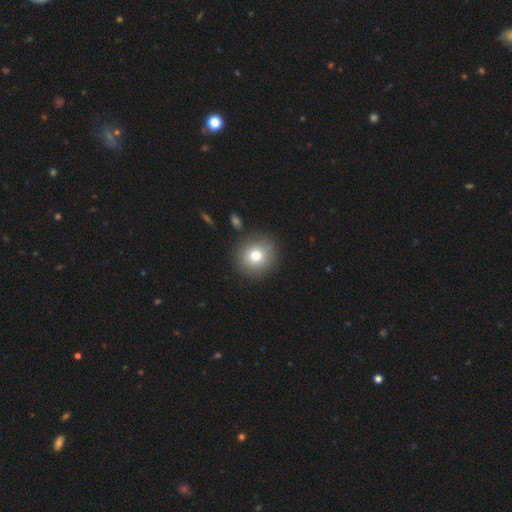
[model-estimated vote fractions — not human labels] smooth 78%, featured or disk 11%, star or artifact 11%. Down the decision tree: how rounded — round (91%); merging — none (88%).